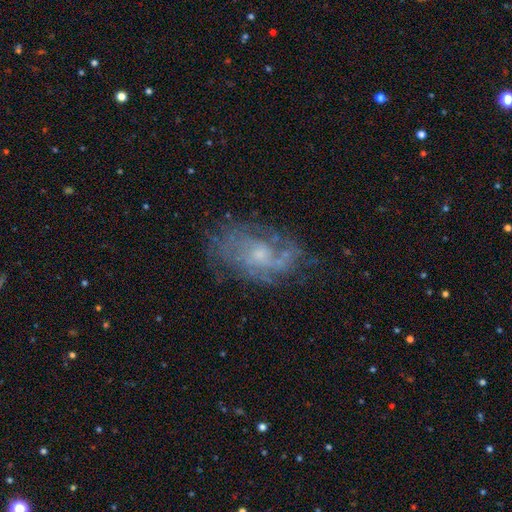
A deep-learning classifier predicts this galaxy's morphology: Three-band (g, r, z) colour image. It shows a featured or disk galaxy (65%) with no bar (69%), medium (40%) spiral arms (81%) and a small central bulge (56%). Merging: none (69%).